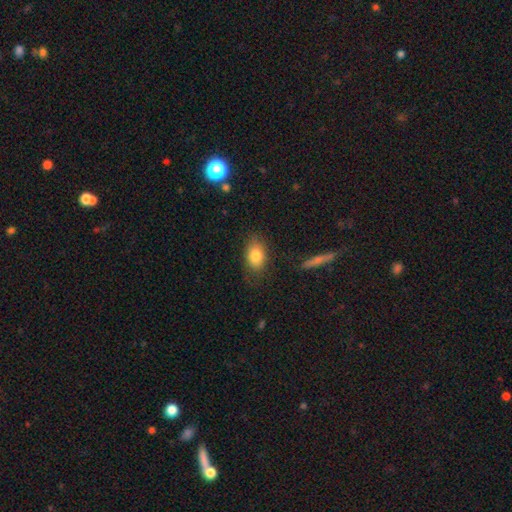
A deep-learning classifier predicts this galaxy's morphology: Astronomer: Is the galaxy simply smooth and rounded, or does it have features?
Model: smooth — 82%.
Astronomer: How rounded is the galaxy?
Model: in between — 84%.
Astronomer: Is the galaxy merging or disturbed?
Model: none — 79%.